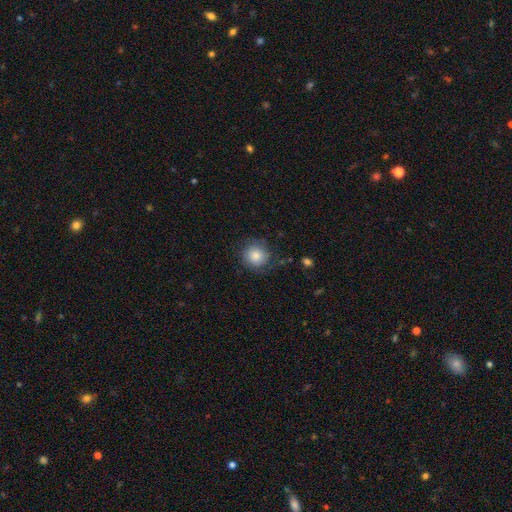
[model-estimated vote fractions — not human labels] smooth-or-featured: smooth: 82% | featured or disk: 10% | star or artifact: 8%
  how-rounded: round: 91% | in between: 8% | cigar-shaped: 1%
  merging: none: 76% | minor disturbance: 16% | major disturbance: 6% | merger: 1%